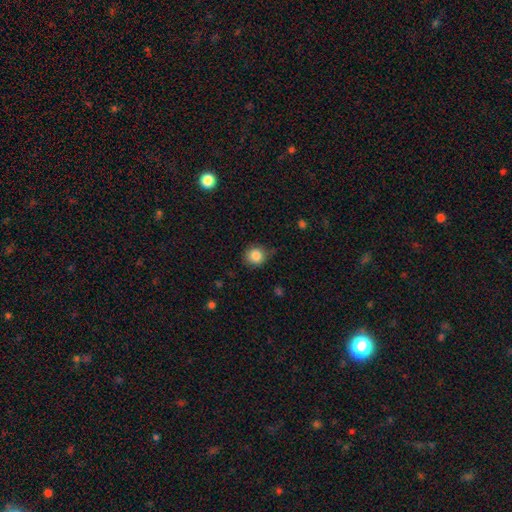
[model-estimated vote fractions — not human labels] smooth-or-featured: smooth: 85% | star or artifact: 10% | featured or disk: 5%
  how-rounded: round: 90% | in between: 9% | cigar-shaped: 1%
  merging: none: 78% | minor disturbance: 17% | major disturbance: 4% | merger: 2%